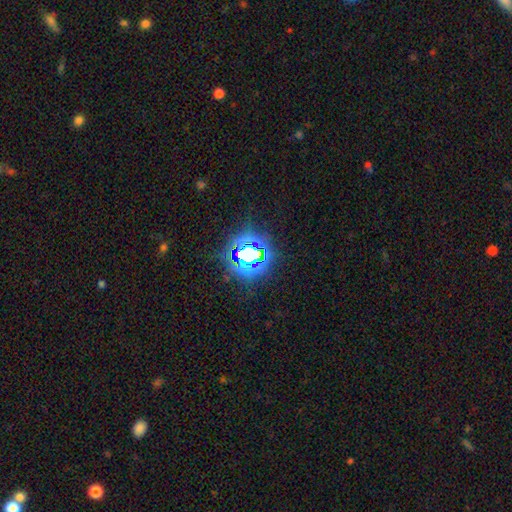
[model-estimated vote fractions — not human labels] A star or artifact, not a galaxy (80%).

Vote fractions:
- Smooth or featured? star or artifact: 80% / smooth: 12% / featured or disk: 8%